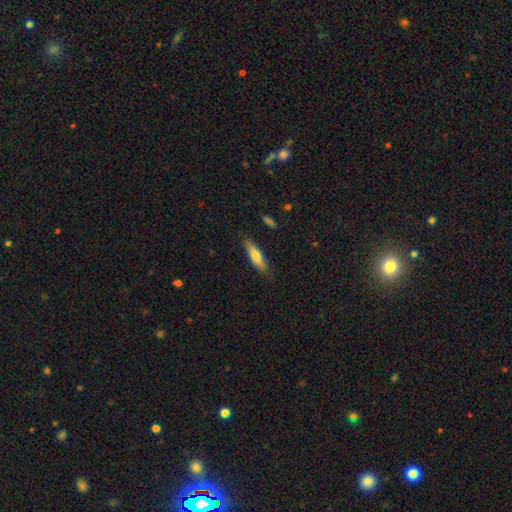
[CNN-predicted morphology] Smooth or featured? Predicted: smooth (p=0.67). How rounded? Predicted: cigar-shaped (p=0.68). Merging? Predicted: none (p=0.82).